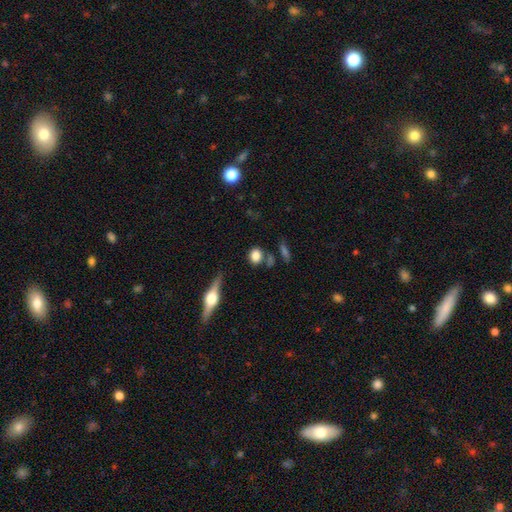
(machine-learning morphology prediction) Smooth or featured: smooth — 80% (featured or disk — 10%)
How rounded: round — 66% (in between — 30%)
Merging: none — 73% (minor disturbance — 14%)